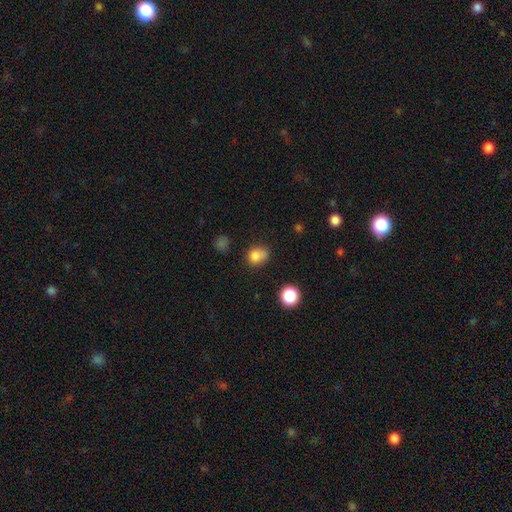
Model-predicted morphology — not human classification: type=smooth (80%); roundness=round (58%); merging=none (55%).